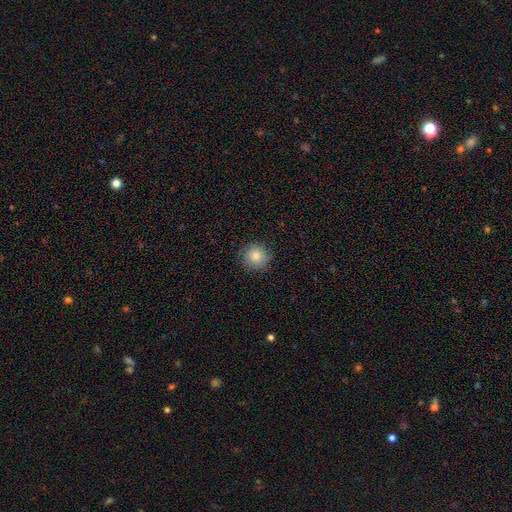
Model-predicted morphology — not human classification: This is clearly a smooth galaxy (81%). How rounded: clearly round (91%). Merging: clearly none (86%).